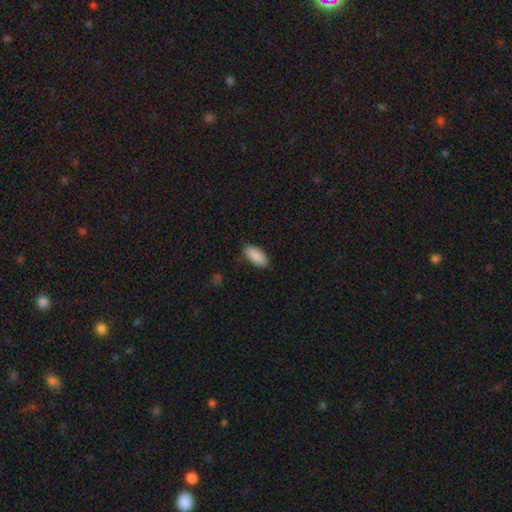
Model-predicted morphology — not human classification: Smooth or featured? smooth (90%)
How rounded? in between (87%)
Merging? none (85%)